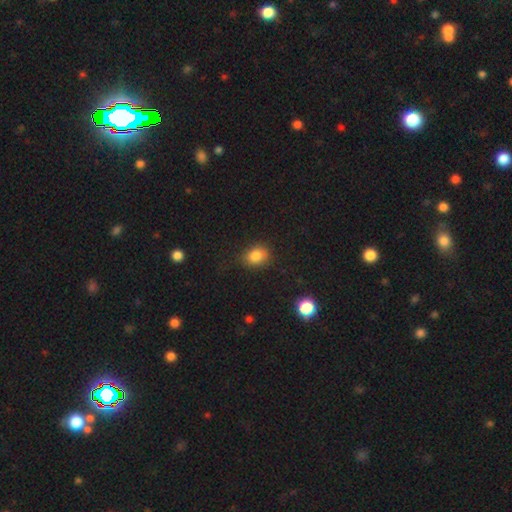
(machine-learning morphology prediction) smooth_or_featured: smooth (p=0.83) [alt: star or artifact p=0.11]
how_rounded: round (p=0.50) [alt: in between p=0.49]
merging: none (p=0.77) [alt: minor disturbance p=0.17]